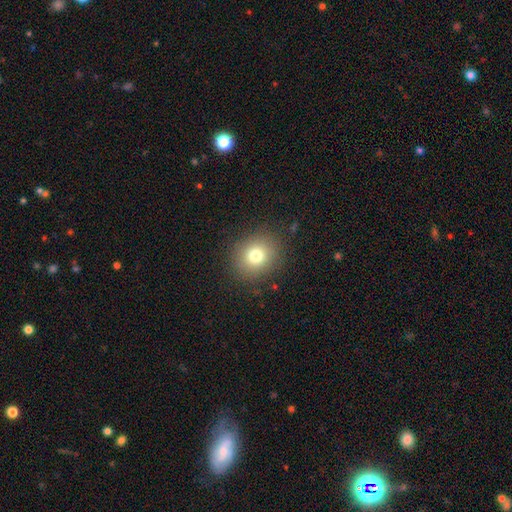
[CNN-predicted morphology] smooth 77%, star or artifact 13%, featured or disk 10%. Down the decision tree: how rounded — round (78%); merging — none (87%).